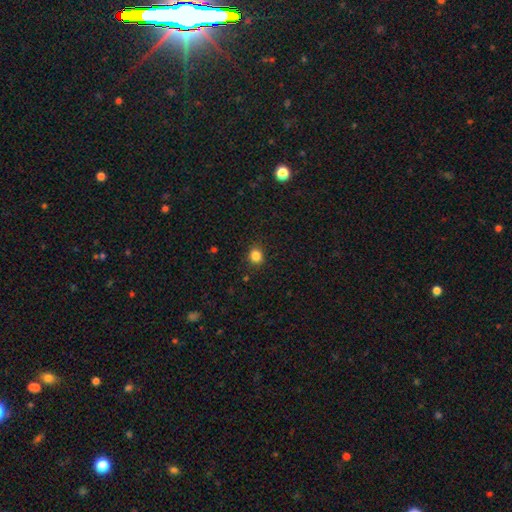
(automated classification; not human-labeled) The model was most divided on "how rounded": round: 75%, in between: 24%, cigar-shaped: 1%. More confident: merging — none (89%); smooth or featured — smooth (85%).